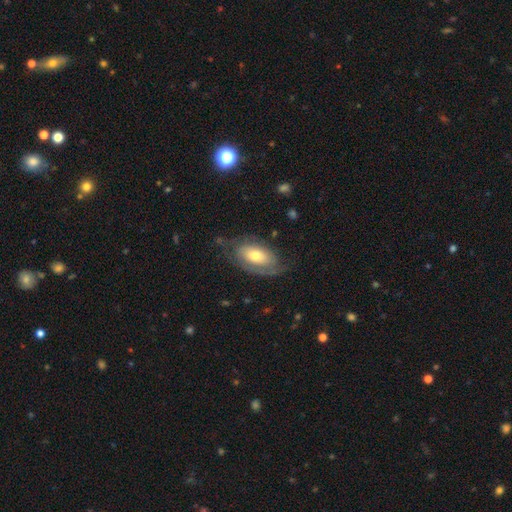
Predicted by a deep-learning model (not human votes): smooth-or-featured: featured or disk: 55% | smooth: 39% | star or artifact: 7%
  disk-edge-on: no: 91% | yes: 9%
    bar: no: 75% | weak: 19% | strong: 6%
    has-spiral-arms: yes: 68% | no: 32%
    bulge-size: moderate: 62% | small: 24% | large: 11% | dominant: 2% | none: 1%
  merging: none: 59% | minor disturbance: 24% | major disturbance: 15% | merger: 2%